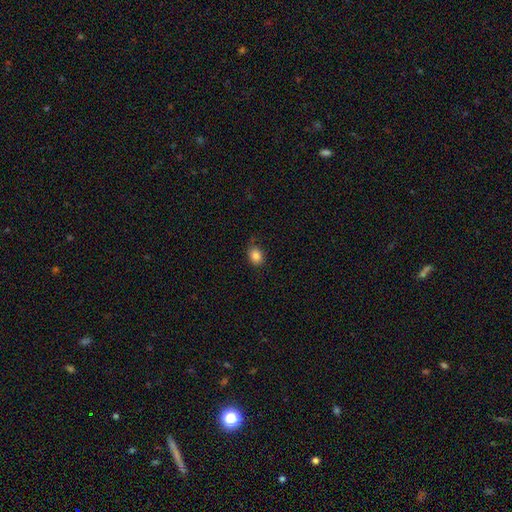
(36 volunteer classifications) Smooth or featured? 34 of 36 (94%) said smooth. How rounded? 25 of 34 (74%) said in between. Merging? 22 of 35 (63%) said none.